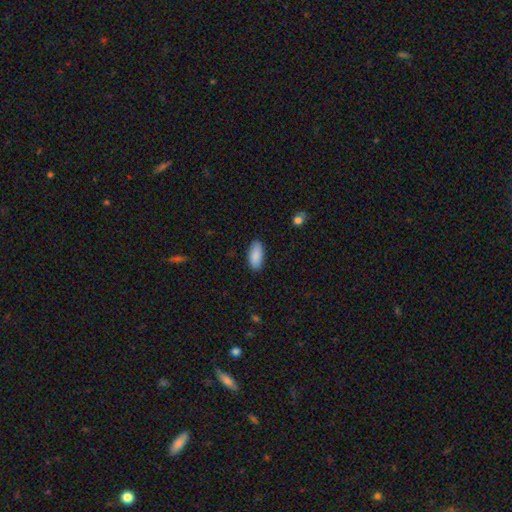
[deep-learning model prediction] The model was most divided on "merging": none: 86%, minor disturbance: 11%, major disturbance: 2%, merger: 1%. More confident: smooth or featured — smooth (88%); how rounded — in between (87%).